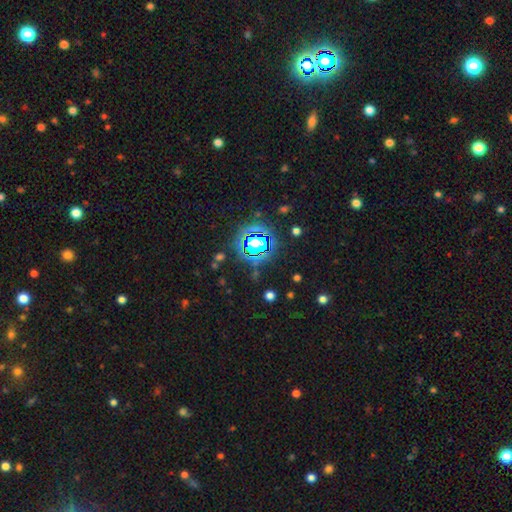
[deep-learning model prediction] Smooth or featured? Predicted: star or artifact (p=0.75).